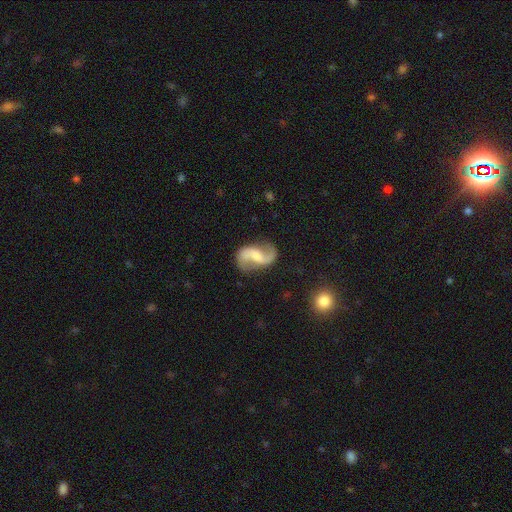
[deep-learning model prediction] A featured or disk galaxy (87%) with a weak bar (47%), 2 (93%) loose (67%) spiral arms (96%) and a moderate central bulge (36%).

Vote fractions:
- Smooth or featured? featured or disk: 87% / smooth: 8% / star or artifact: 5%
- Edge-on disk? no: 98% / yes: 2%
- Bar? weak: 47% / no: 33% / strong: 21%
- Spiral arms? yes: 96% / no: 4%
- Spiral winding? loose: 67% / medium: 28% / tight: 6%
- Spiral arm count? 2: 93% / 1: 3% / can't tell: 2% / 3: 1% / 4: 1% / more than 4: 1%
- Bulge size? moderate: 36% / small: 32% / none: 21% / large: 9% / dominant: 2%
- Merging? none: 75% / minor disturbance: 15% / major disturbance: 7% / merger: 2%